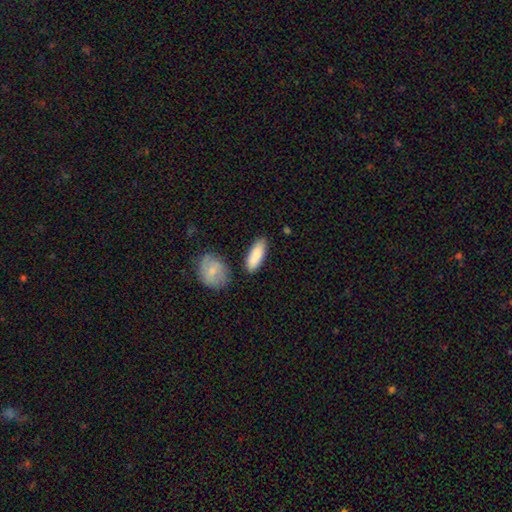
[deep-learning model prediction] Overall: smooth (85%). How rounded: in between (66%; cigar-shaped 32%). Merging: none (80%).